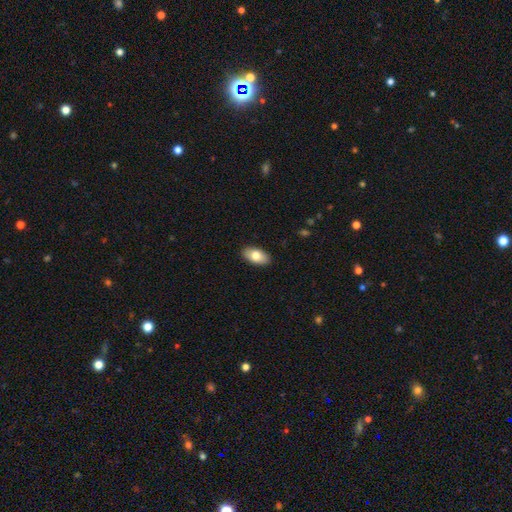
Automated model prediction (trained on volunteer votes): A smooth galaxy with no disk features (79%) that is in between round and cigar-shaped (94%).

Vote fractions:
- Smooth or featured? smooth: 79% / featured or disk: 15% / star or artifact: 6%
- How rounded? in between: 94% / round: 4% / cigar-shaped: 3%
- Merging? none: 90% / minor disturbance: 8% / major disturbance: 2% / merger: 1%